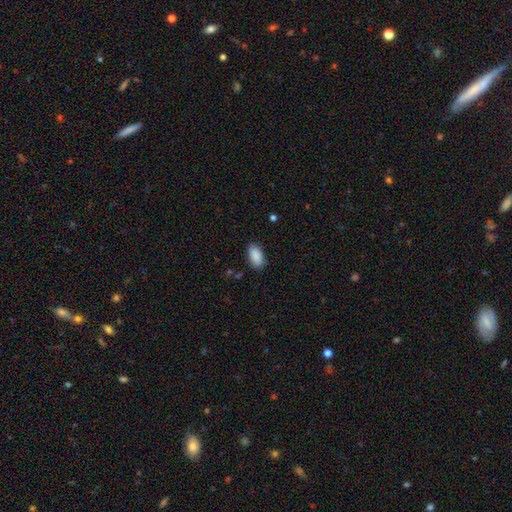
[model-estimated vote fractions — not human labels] This appears to be a smooth galaxy with no disk features (90%) that is in between round and cigar-shaped (94%). Merging: none (86%).